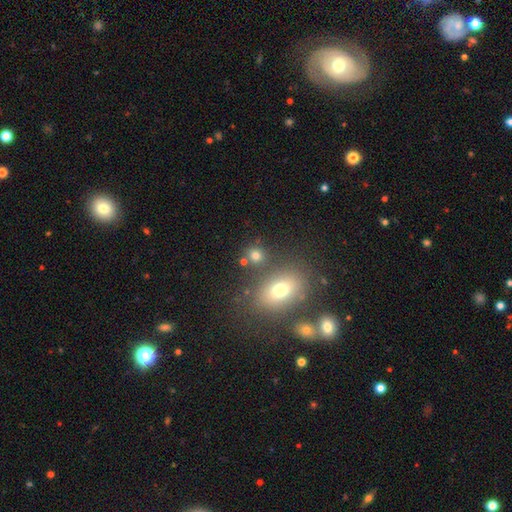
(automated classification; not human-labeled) Overall: smooth (74%). How rounded: round (76%). Merging: none (74%).